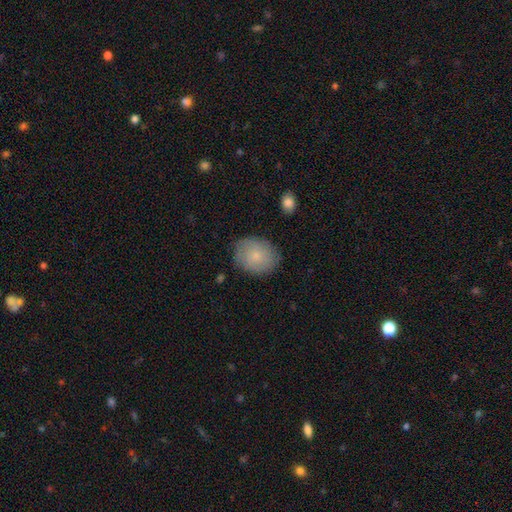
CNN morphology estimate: smooth 69%, featured or disk 23%, star or artifact 8%. Down the decision tree: how rounded — in between (52%); merging — none (79%).